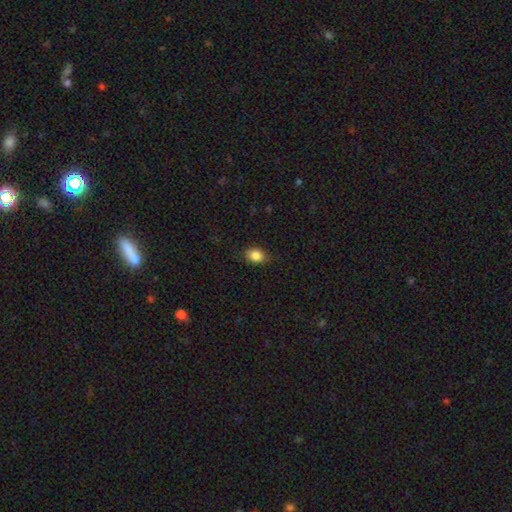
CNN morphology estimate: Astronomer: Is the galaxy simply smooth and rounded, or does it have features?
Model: smooth — 86%.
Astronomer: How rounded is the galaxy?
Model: in between — 61% (runner-up: round, 38%).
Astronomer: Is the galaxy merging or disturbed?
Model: none — 83%.